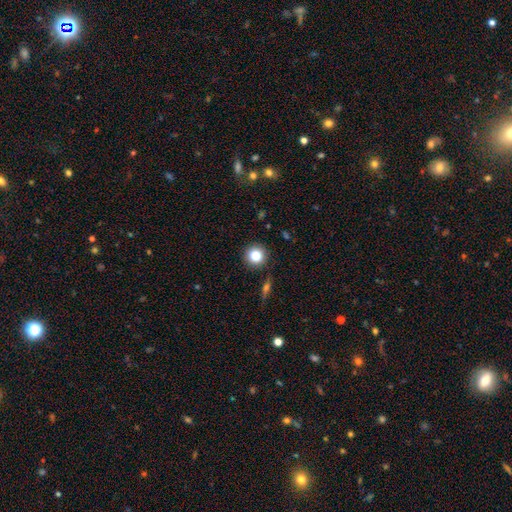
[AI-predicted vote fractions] Smooth or featured?
  - smooth: 84% *
  - star or artifact: 11%
  - featured or disk: 5%
How rounded?
  - round: 93% *
  - in between: 6%
  - cigar-shaped: 1%
Merging?
  - none: 88% *
  - minor disturbance: 7%
  - major disturbance: 2%
  - merger: 2%